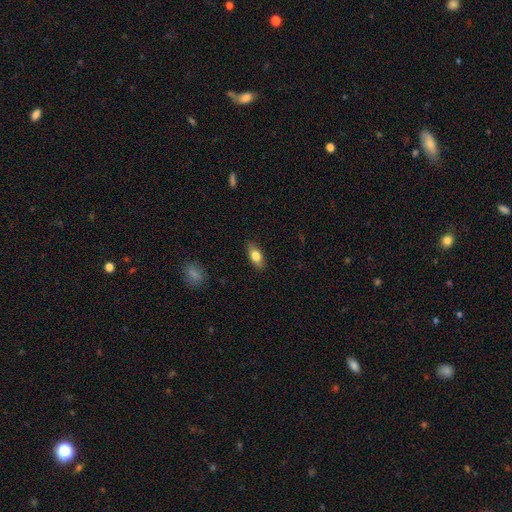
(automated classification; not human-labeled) smooth 76%, featured or disk 17%, star or artifact 7%. Down the decision tree: how rounded — in between (83%); merging — none (86%).